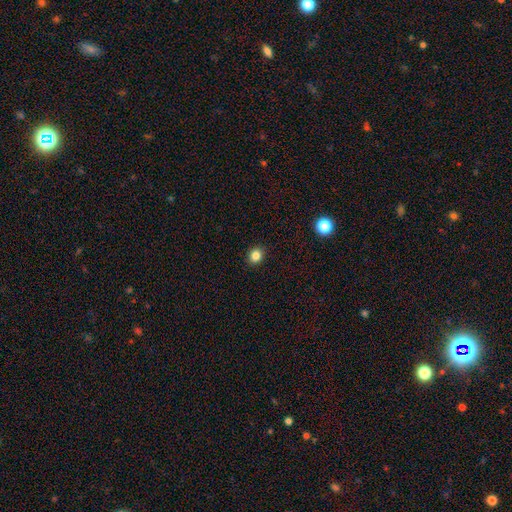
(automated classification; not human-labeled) Overall: smooth (84%). How rounded: round (67%; in between 32%). Merging: none (91%).